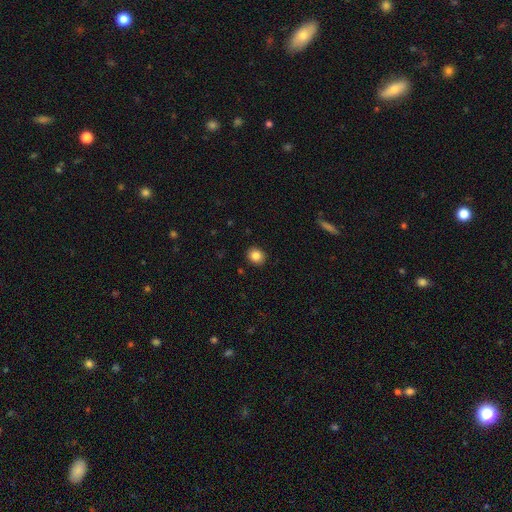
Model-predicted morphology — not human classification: Q: Smooth or featured?
A: smooth (84%); runner-up: star or artifact (10%)
Q: How rounded?
A: round (77%); runner-up: in between (22%)
Q: Merging?
A: none (91%); runner-up: minor disturbance (6%)